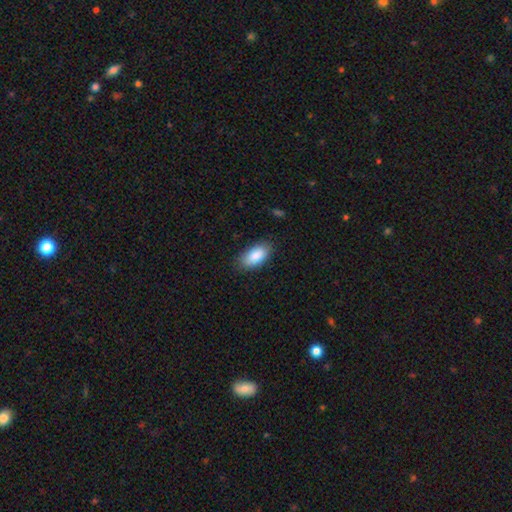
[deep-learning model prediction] The model was most divided on "merging": none: 84%, minor disturbance: 12%, major disturbance: 3%, merger: 1%. More confident: how rounded — in between (94%); smooth or featured — smooth (88%).